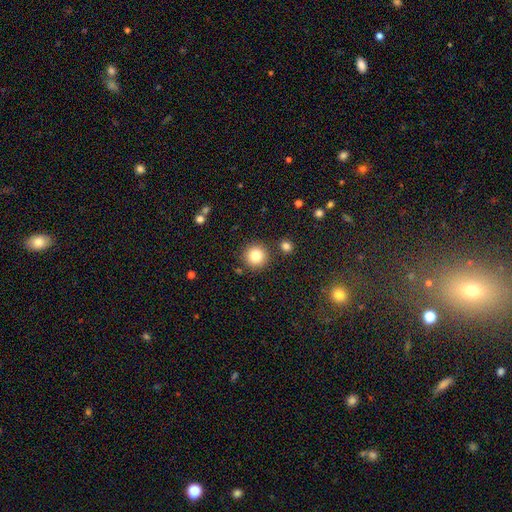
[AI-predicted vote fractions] Q: Smooth or featured?
A: smooth (82%); runner-up: star or artifact (11%)
Q: How rounded?
A: round (95%); runner-up: in between (4%)
Q: Merging?
A: none (85%); runner-up: minor disturbance (7%)